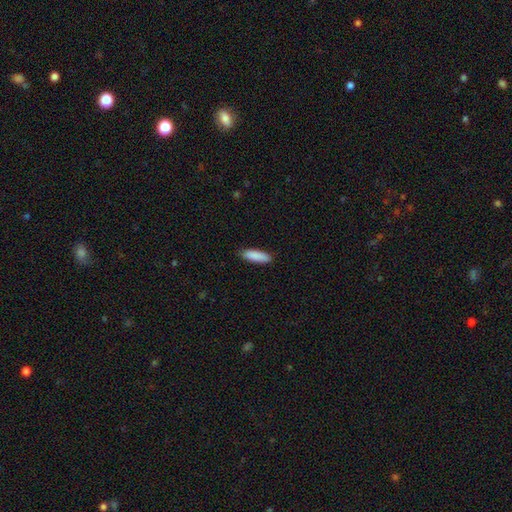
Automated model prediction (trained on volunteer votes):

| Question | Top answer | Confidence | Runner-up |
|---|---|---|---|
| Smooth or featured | smooth | 89% | star or artifact (6%) |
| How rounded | in between | 49% | tied: cigar-shaped (49%) |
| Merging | none | 88% | minor disturbance (9%) |